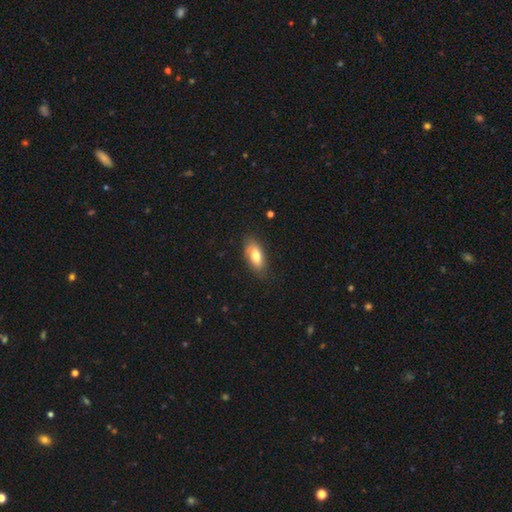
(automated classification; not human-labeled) Smooth or featured? Predicted: smooth (p=0.74). How rounded? Predicted: in between (p=0.87). Merging? Predicted: none (p=0.80).